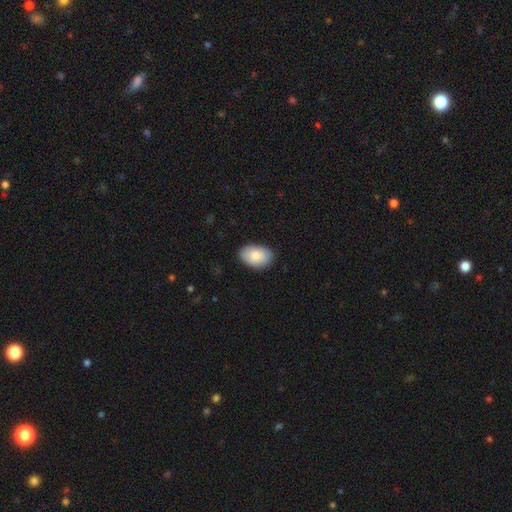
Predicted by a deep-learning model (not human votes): The model was most divided on "merging": none: 87%, minor disturbance: 10%, major disturbance: 2%, merger: 1%. More confident: how rounded — in between (90%); smooth or featured — smooth (86%).